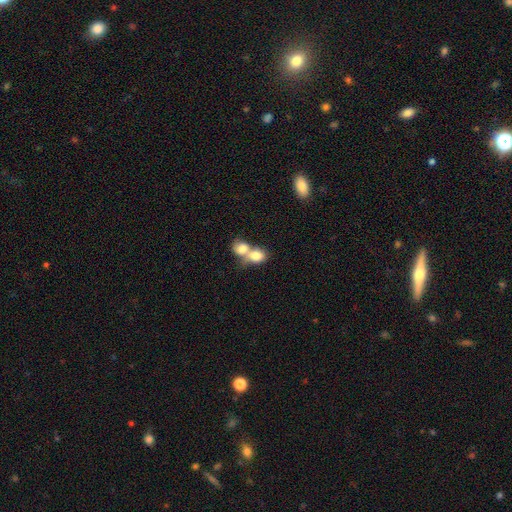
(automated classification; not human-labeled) Q: Smooth or featured?
A: smooth (76%); runner-up: featured or disk (16%)
Q: How rounded?
A: in between (49%); tied with: round (49%)
Q: Merging?
A: merger (75%); runner-up: none (16%)